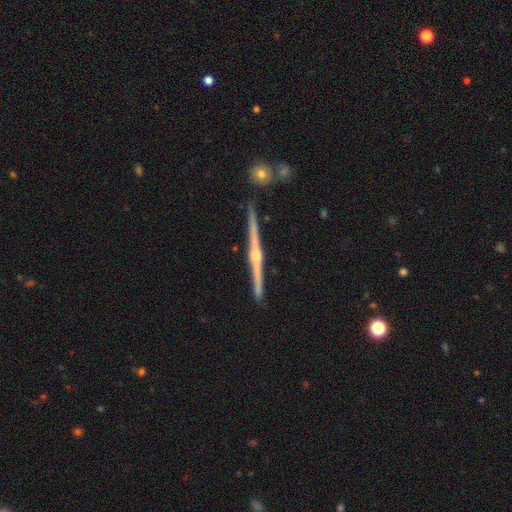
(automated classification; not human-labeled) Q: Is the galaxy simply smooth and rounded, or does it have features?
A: featured or disk — 87%.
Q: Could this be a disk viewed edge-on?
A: yes — 99%.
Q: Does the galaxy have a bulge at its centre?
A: rounded — 85%.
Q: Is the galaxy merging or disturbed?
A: none — 91%.